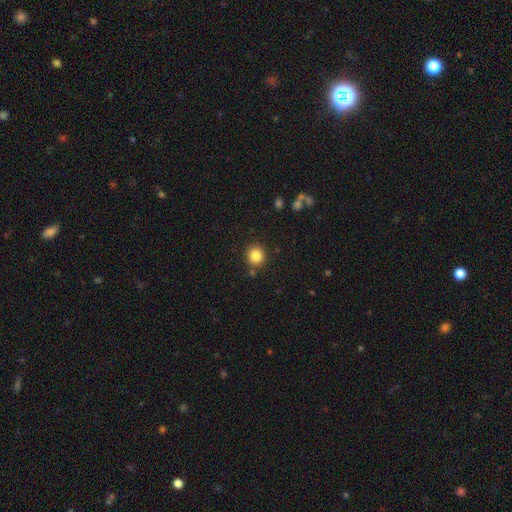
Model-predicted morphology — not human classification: Smooth or featured?
  - smooth: 84% *
  - star or artifact: 11%
  - featured or disk: 5%
How rounded?
  - round: 91% *
  - in between: 8%
  - cigar-shaped: 1%
Merging?
  - none: 86% *
  - minor disturbance: 8%
  - merger: 4%
  - major disturbance: 2%